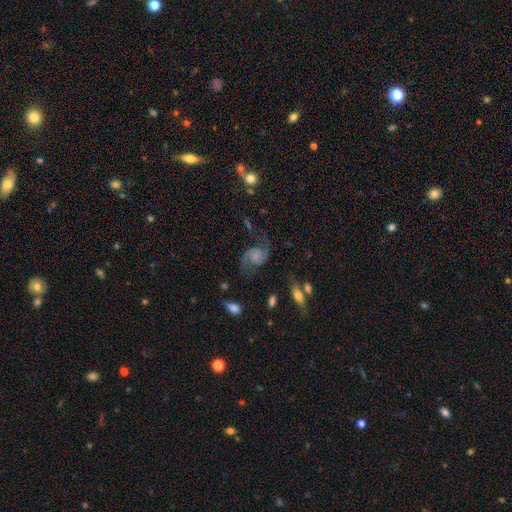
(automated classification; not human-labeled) Q: Smooth or featured?
A: featured or disk (82%); runner-up: smooth (10%)
Q: Edge-on disk?
A: no (98%); runner-up: yes (2%)
Q: Bar?
A: no (64%); runner-up: weak (30%)
Q: Spiral arms?
A: yes (96%); runner-up: no (4%)
Q: Spiral winding?
A: loose (46%); runner-up: medium (44%)
Q: Spiral arm count?
A: 2 (93%); runner-up: can't tell (2%)
Q: Bulge size?
A: small (38%); runner-up: none (37%)
Q: Merging?
A: none (68%); runner-up: minor disturbance (18%)